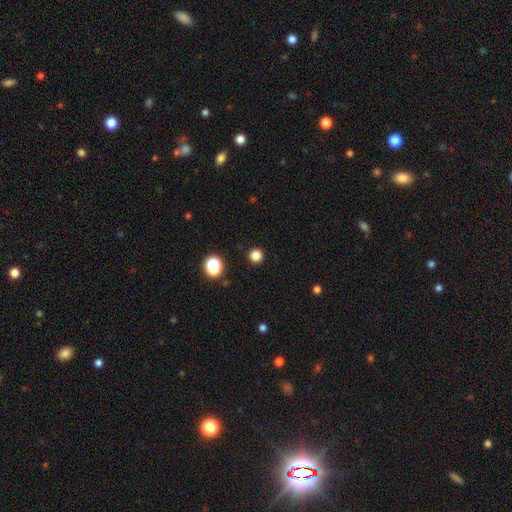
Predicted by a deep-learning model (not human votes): smooth_or_featured: smooth (p=0.83) [alt: star or artifact p=0.14]
how_rounded: round (p=0.96) [alt: in between p=0.03]
merging: none (p=0.92) [alt: minor disturbance p=0.05]